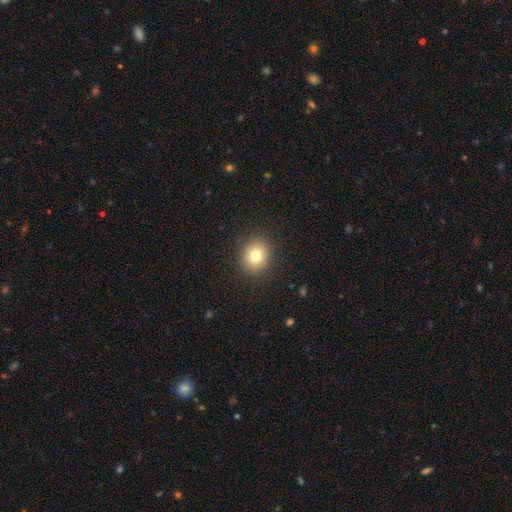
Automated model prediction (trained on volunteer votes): Overall: smooth (80%). How rounded: round (71%). Merging: none (90%).